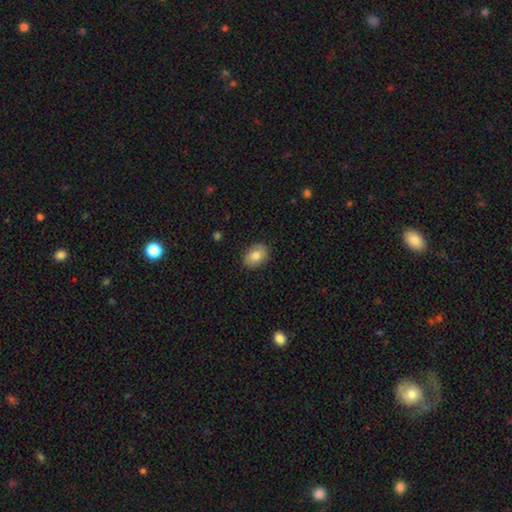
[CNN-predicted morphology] Smooth or featured: smooth — 82% (featured or disk — 11%)
How rounded: in between — 80% (round — 19%)
Merging: none — 87% (minor disturbance — 10%)